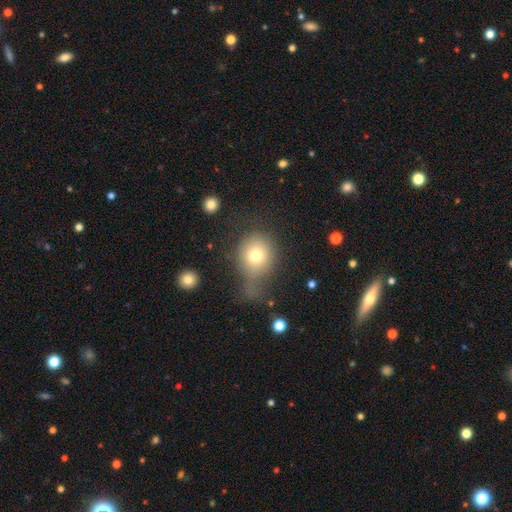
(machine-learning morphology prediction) smooth-or-featured: smooth: 74% | featured or disk: 14% | star or artifact: 12%
  how-rounded: round: 79% | in between: 20% | cigar-shaped: 1%
  merging: none: 38% | major disturbance: 31% | minor disturbance: 24% | merger: 7%